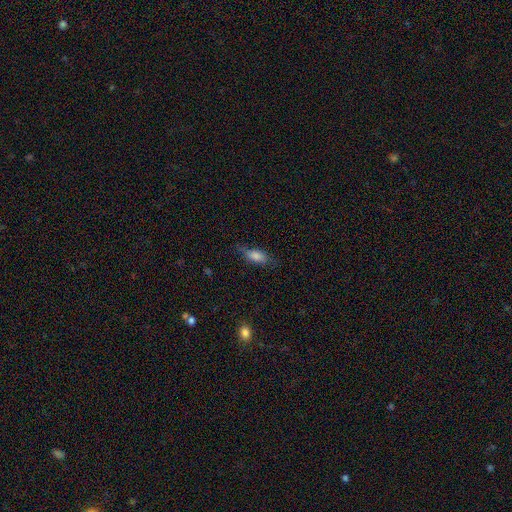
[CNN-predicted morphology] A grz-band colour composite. It shows a smooth galaxy with no disk features (75%) that is in between round and cigar-shaped (73%). Merging: none (62%).